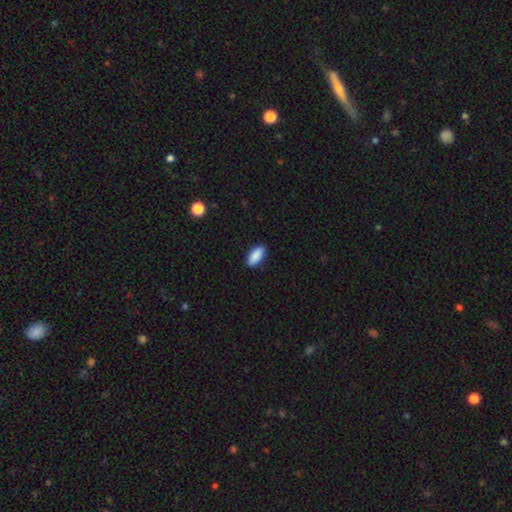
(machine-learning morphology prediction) This appears to be a smooth galaxy with no disk features (89%) that is in between round and cigar-shaped (85%). Merging: none (90%).